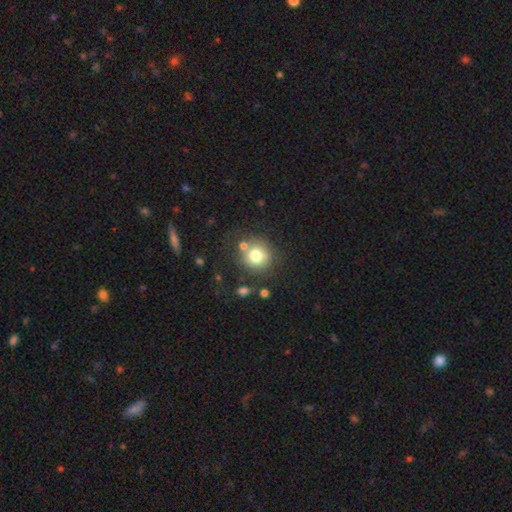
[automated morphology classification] Smooth or featured?
  - smooth: 76% *
  - featured or disk: 13%
  - star or artifact: 12%
How rounded?
  - round: 90% *
  - in between: 9%
  - cigar-shaped: 1%
Merging?
  - none: 71% *
  - minor disturbance: 12%
  - merger: 11%
  - major disturbance: 5%